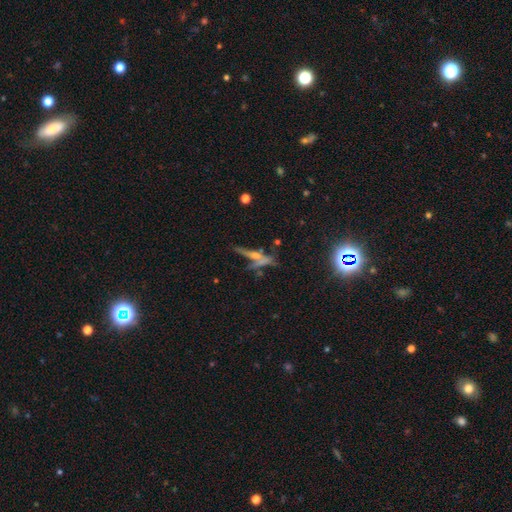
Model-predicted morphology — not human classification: smooth_or_featured: featured or disk (p=0.48) [alt: smooth p=0.31]
merging: none (p=0.52) [alt: merger p=0.21]